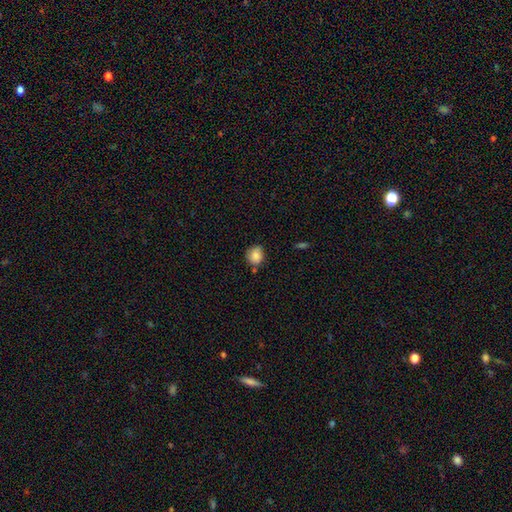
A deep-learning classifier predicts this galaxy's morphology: Smooth or featured: smooth — 84% (star or artifact — 9%)
How rounded: round — 79% (in between — 20%)
Merging: none — 66% (minor disturbance — 23%)